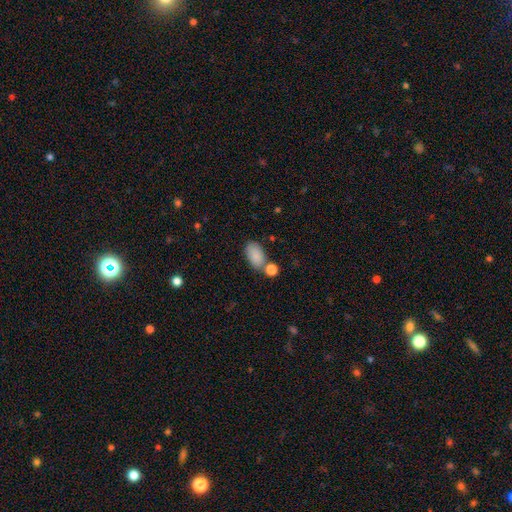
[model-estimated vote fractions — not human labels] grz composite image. It shows a smooth galaxy with no disk features (86%) that is in between round and cigar-shaped (93%). Merging: none (62%).